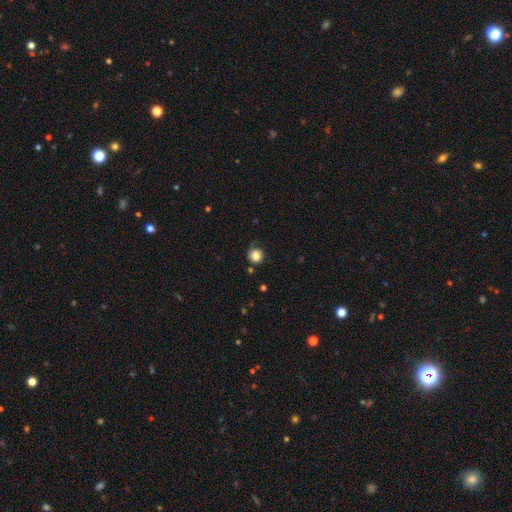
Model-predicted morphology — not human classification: A smooth galaxy with no disk features (80%) that is round (88%).

Vote fractions:
- Smooth or featured? smooth: 80% / featured or disk: 10% / star or artifact: 10%
- How rounded? round: 88% / in between: 11% / cigar-shaped: 1%
- Merging? none: 62% / minor disturbance: 24% / major disturbance: 11% / merger: 3%